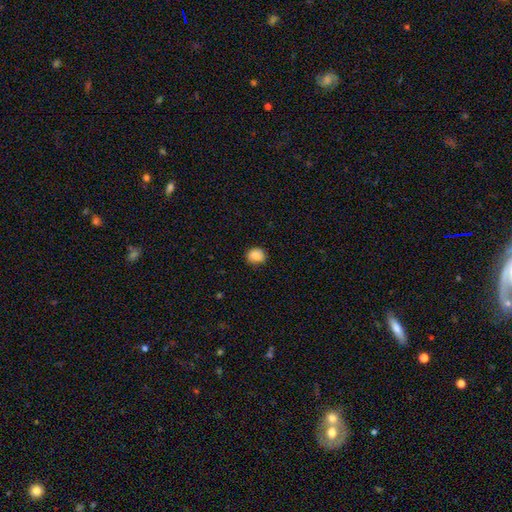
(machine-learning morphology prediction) Q: Smooth or featured?
A: smooth (82%); runner-up: star or artifact (9%)
Q: How rounded?
A: round (71%); runner-up: in between (28%)
Q: Merging?
A: none (82%); runner-up: minor disturbance (14%)